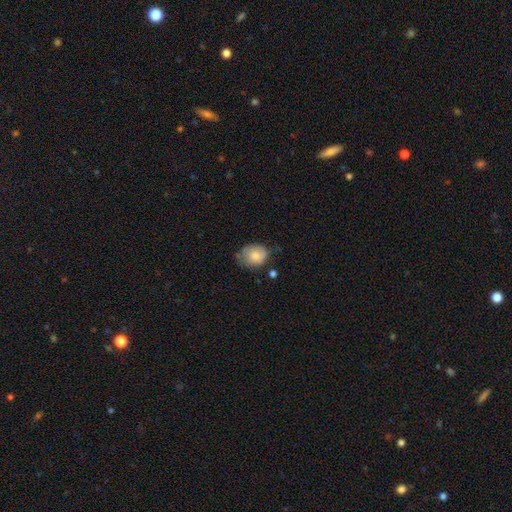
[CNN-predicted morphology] The model was most divided on "how rounded": in between: 55%, round: 44%, cigar-shaped: 1%. Remaining: smooth or featured — smooth (76%); merging — none (50%).